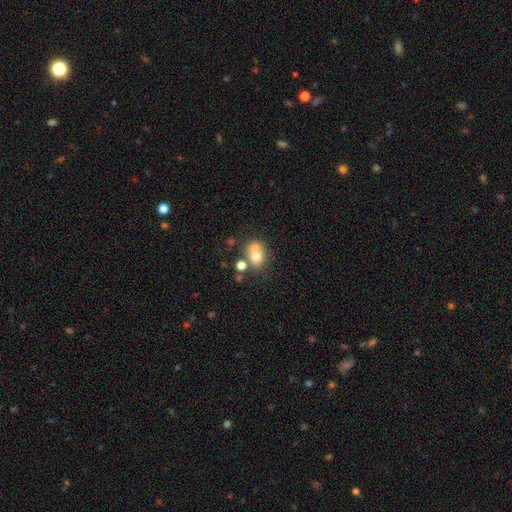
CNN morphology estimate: Smooth or featured: smooth — 69% (featured or disk — 19%)
How rounded: round — 52% (in between — 47%)
Merging: merger — 41% (none — 36%)